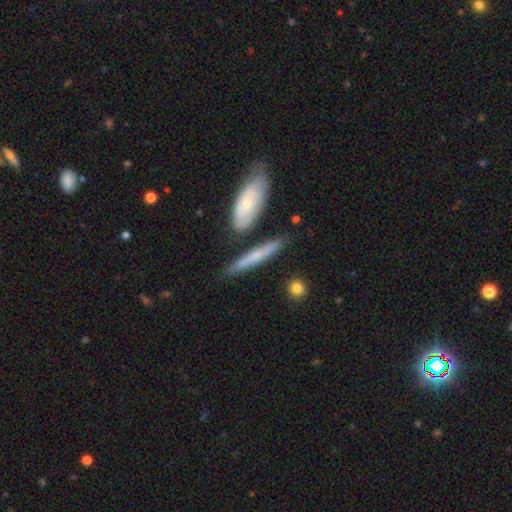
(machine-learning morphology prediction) smooth 47%, featured or disk 46%, star or artifact 7%. Down the decision tree: merging — none (78%).